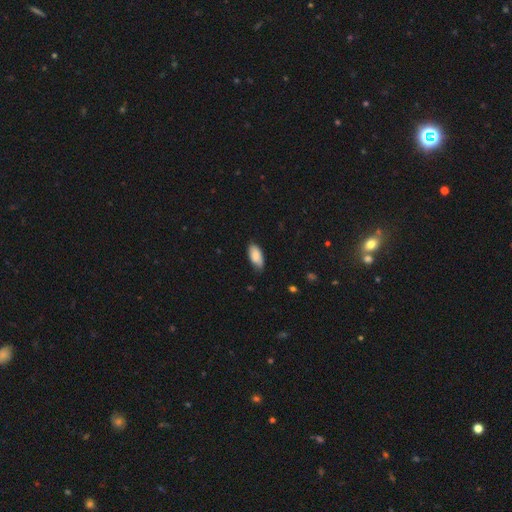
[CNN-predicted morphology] type=smooth (86%); roundness=in between (91%); merging=none (75%).